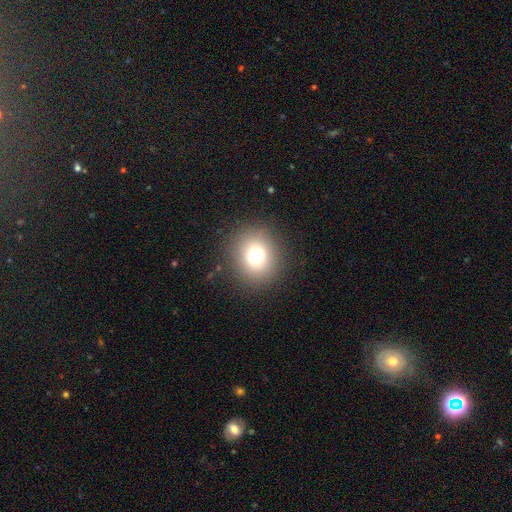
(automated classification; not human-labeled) A smooth galaxy with no disk features (76%) that is round (80%).

Vote fractions:
- Smooth or featured? smooth: 76% / star or artifact: 14% / featured or disk: 10%
- How rounded? round: 80% / in between: 19% / cigar-shaped: 1%
- Merging? none: 87% / minor disturbance: 8% / major disturbance: 4% / merger: 1%